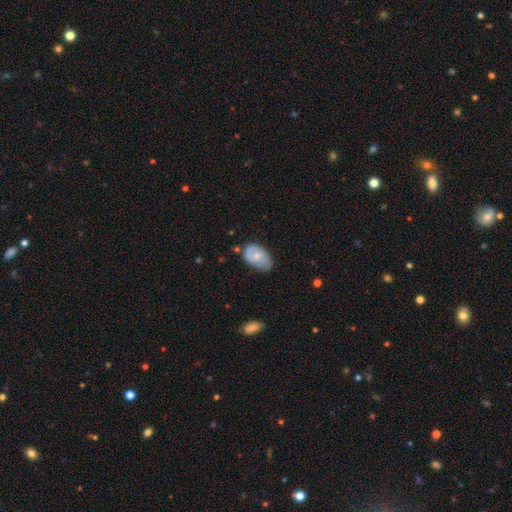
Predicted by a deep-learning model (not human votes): smooth 53%, featured or disk 40%, star or artifact 7%. Down the decision tree: how rounded — in between (88%); merging — none (47%).